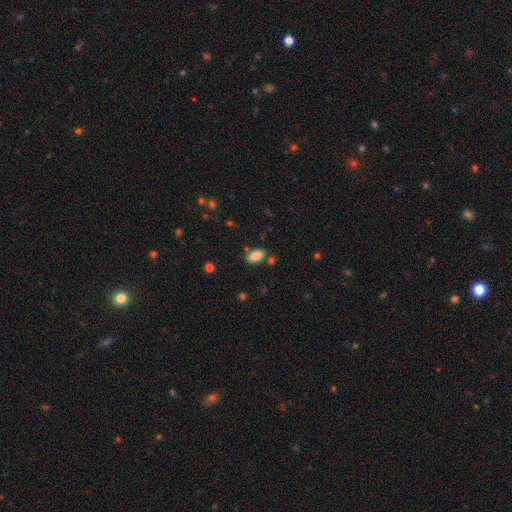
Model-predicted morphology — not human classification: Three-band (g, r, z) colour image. It shows a smooth galaxy with no disk features (85%) that is in between round and cigar-shaped (93%). Merging: none (78%).